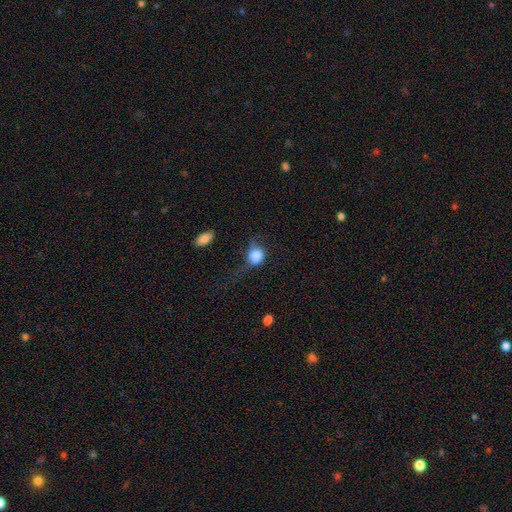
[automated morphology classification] type=smooth (80%); roundness=round (74%); merging=none (34%).